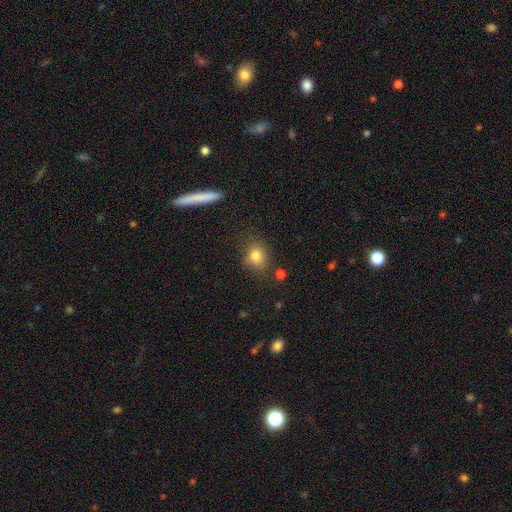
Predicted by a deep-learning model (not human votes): Q: Smooth or featured?
A: smooth (80%); runner-up: star or artifact (11%)
Q: How rounded?
A: round (56%); runner-up: in between (43%)
Q: Merging?
A: none (71%); runner-up: minor disturbance (19%)